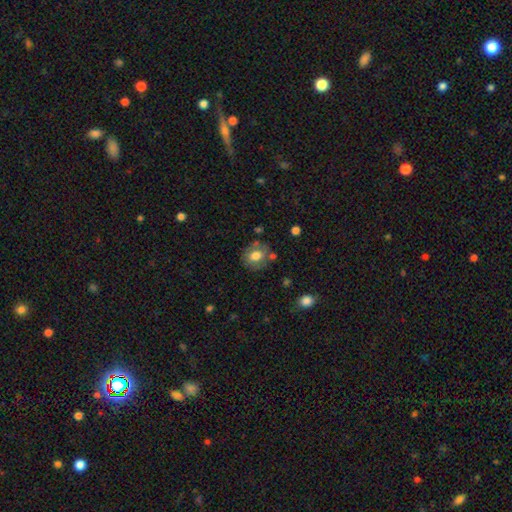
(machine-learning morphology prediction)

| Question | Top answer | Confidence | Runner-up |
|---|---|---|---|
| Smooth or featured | smooth | 71% | featured or disk (20%) |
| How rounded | round | 71% | in between (28%) |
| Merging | none | 74% | minor disturbance (16%) |